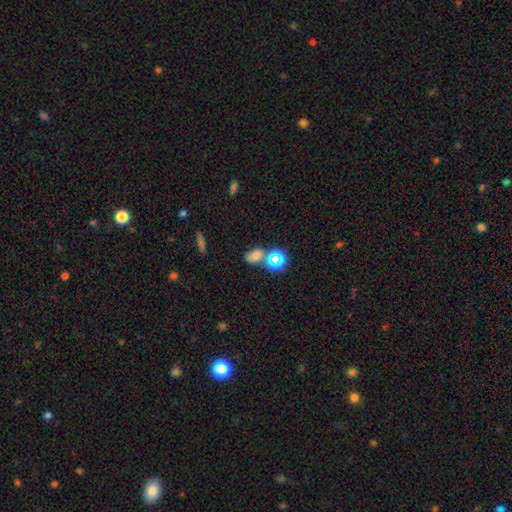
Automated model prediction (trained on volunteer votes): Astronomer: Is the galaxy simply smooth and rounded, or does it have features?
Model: smooth — 56%.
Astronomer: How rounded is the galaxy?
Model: in between — 69%.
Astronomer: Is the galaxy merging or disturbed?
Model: none — 48% (runner-up: merger, 27%).